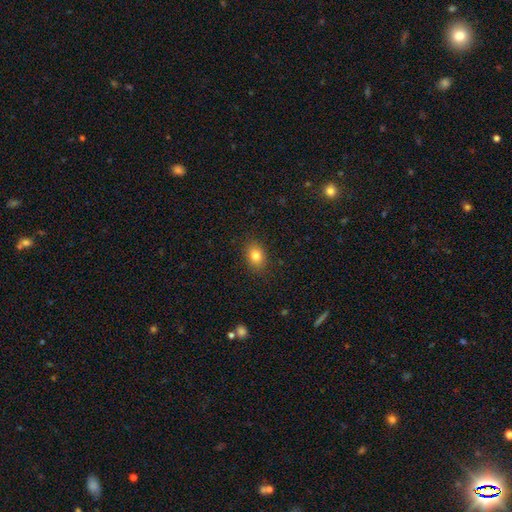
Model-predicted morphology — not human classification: type=smooth (83%); roundness=in between (65%); merging=none (87%).